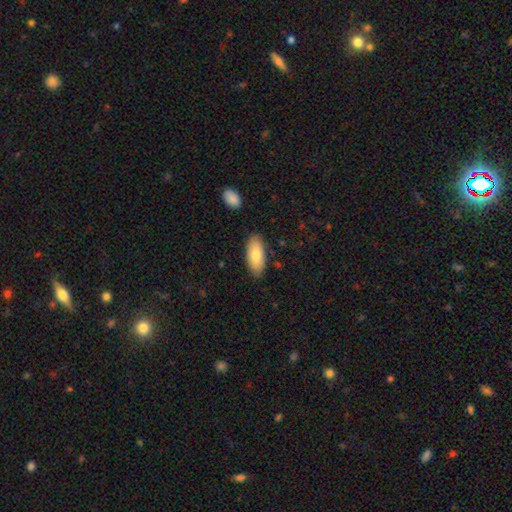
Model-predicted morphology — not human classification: Smooth or featured? Predicted: smooth (p=0.78). How rounded? Predicted: in between (p=0.88). Merging? Predicted: none (p=0.84).